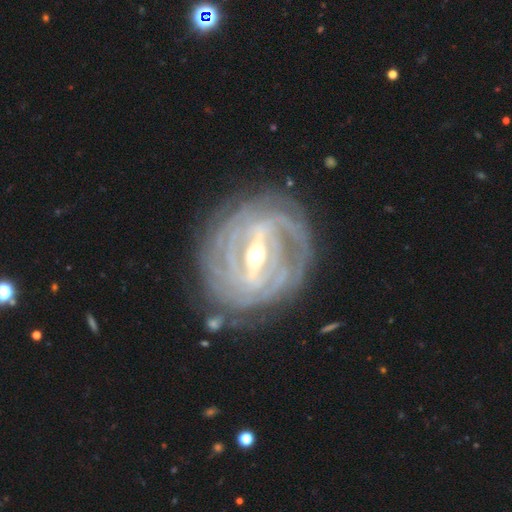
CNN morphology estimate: Overall: featured or disk (92%). Edge-on disk: no (94%). Bar: strong (78%). Spiral arms: yes (96%). Spiral arm count: can't tell (25%; 4 23%). Spiral winding: tight (83%). Bulge size: moderate (58%; small 37%). Merging: none (82%).